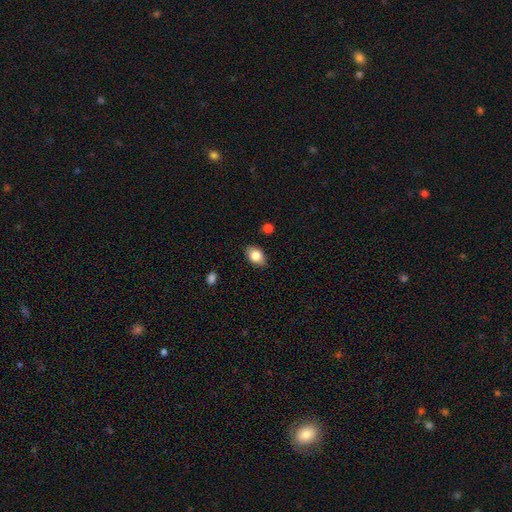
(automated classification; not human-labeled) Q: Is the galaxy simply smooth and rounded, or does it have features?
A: smooth — 82%.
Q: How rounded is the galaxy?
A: in between — 85%.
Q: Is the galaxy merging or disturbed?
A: none — 84%.